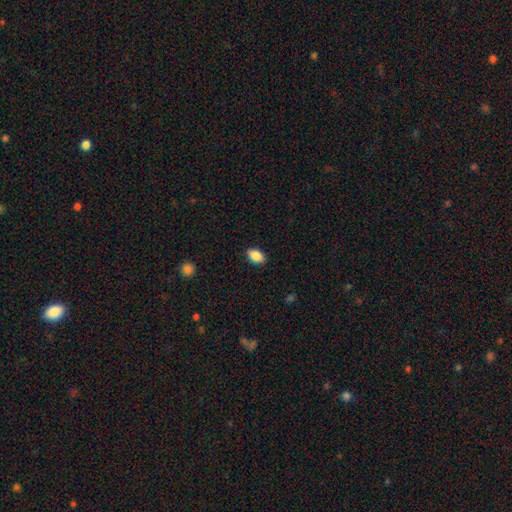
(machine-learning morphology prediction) smooth-or-featured: smooth: 89% | star or artifact: 8% | featured or disk: 4%
  how-rounded: in between: 88% | round: 11% | cigar-shaped: 2%
  merging: none: 87% | minor disturbance: 10% | major disturbance: 2% | merger: 1%